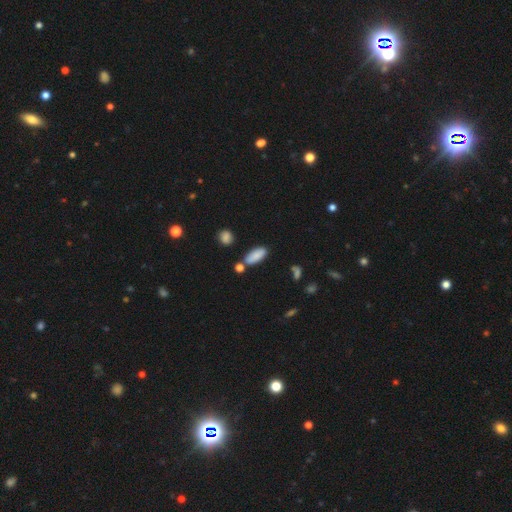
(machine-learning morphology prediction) smooth-or-featured: smooth: 86% | star or artifact: 8% | featured or disk: 6%
  how-rounded: in between: 82% | cigar-shaped: 15% | round: 3%
  merging: none: 73% | minor disturbance: 13% | merger: 11% | major disturbance: 3%